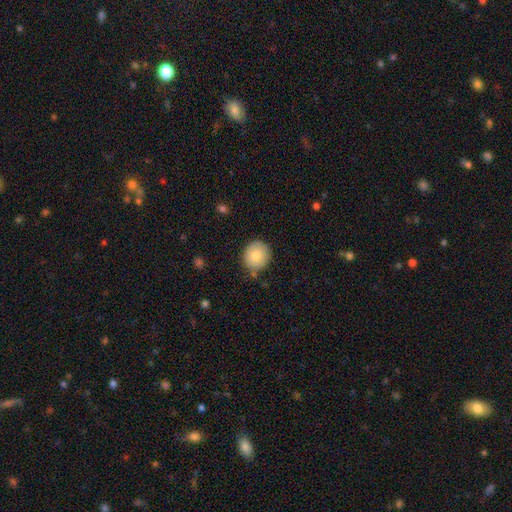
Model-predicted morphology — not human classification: This is clearly a smooth galaxy (85%). How rounded: clearly round (86%). Merging: clearly none (81%).